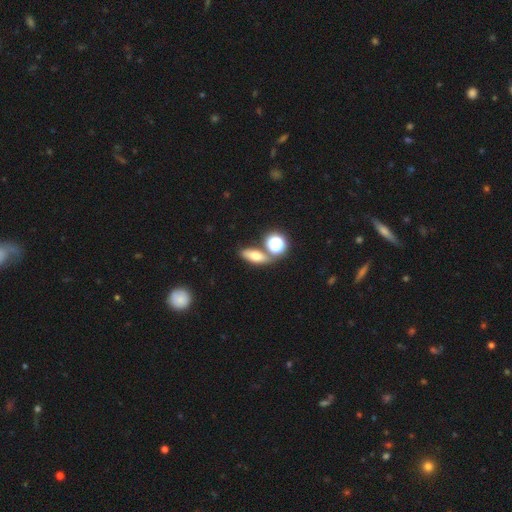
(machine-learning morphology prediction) The model was most divided on "how rounded": in between: 61%, round: 20%, cigar-shaped: 19%. More confident: merging — none (69%); smooth or featured — smooth (63%).